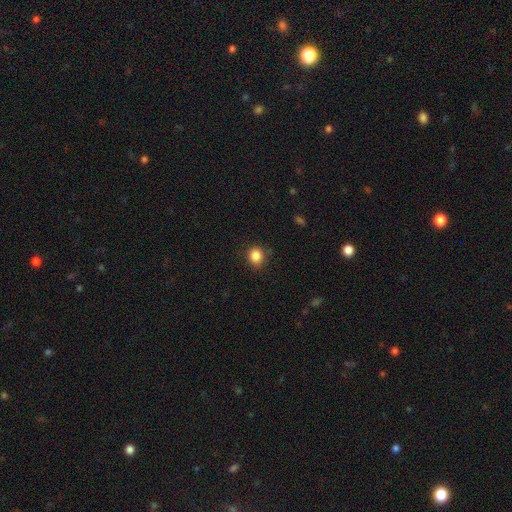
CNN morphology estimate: The model was most divided on "how rounded": round: 74%, in between: 25%, cigar-shaped: 1%. More confident: smooth or featured — smooth (86%); merging — none (84%).